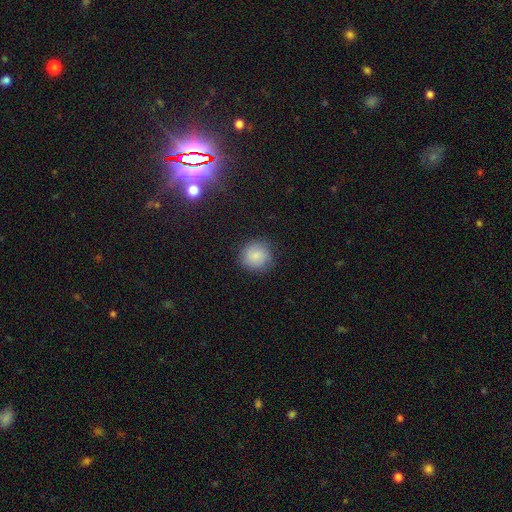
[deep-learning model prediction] This is clearly a smooth galaxy (84%). How rounded: clearly round (92%). Merging: clearly none (85%).